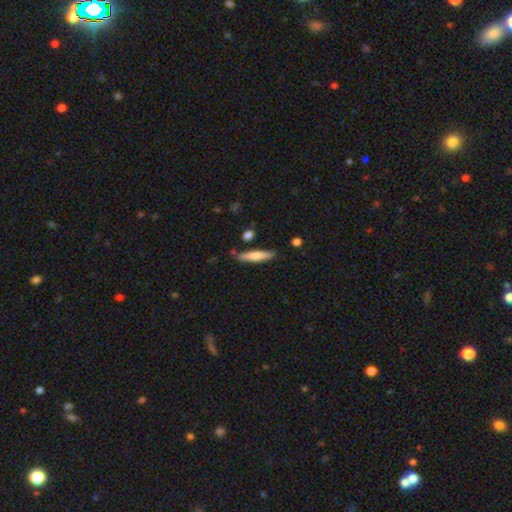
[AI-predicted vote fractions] Smooth or featured? smooth (67%)
How rounded? cigar-shaped (85%)
Merging? none (83%)